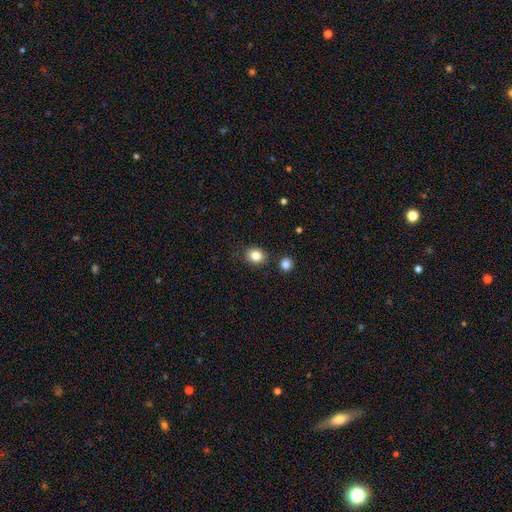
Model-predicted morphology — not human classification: Smooth or featured: smooth — 83% (star or artifact — 10%)
How rounded: round — 60% (in between — 39%)
Merging: none — 82% (minor disturbance — 11%)